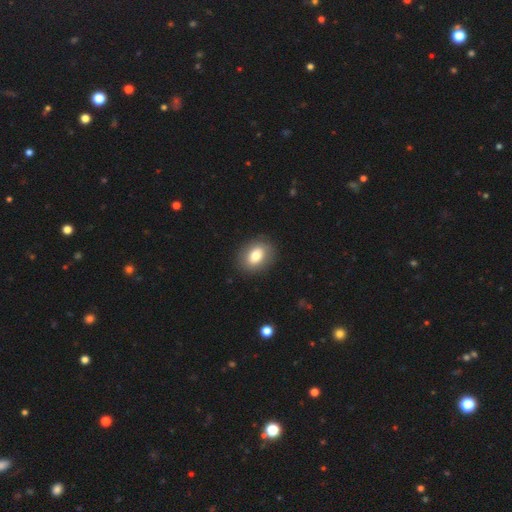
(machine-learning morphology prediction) type=smooth (76%); roundness=in between (68%); merging=none (87%).